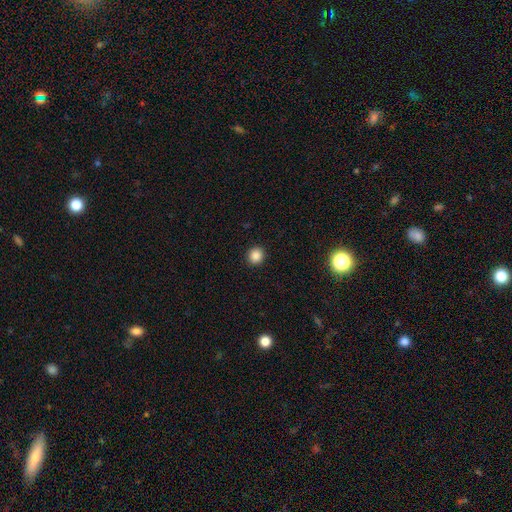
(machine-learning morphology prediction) smooth 86%, star or artifact 11%, featured or disk 3%. Down the decision tree: how rounded — round (92%); merging — none (92%).